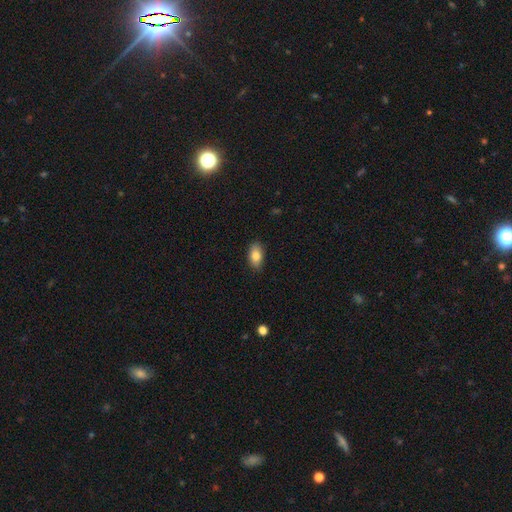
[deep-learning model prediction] The model was most divided on "merging": none: 84%, minor disturbance: 12%, major disturbance: 2%, merger: 1%. More confident: how rounded — in between (91%); smooth or featured — smooth (84%).